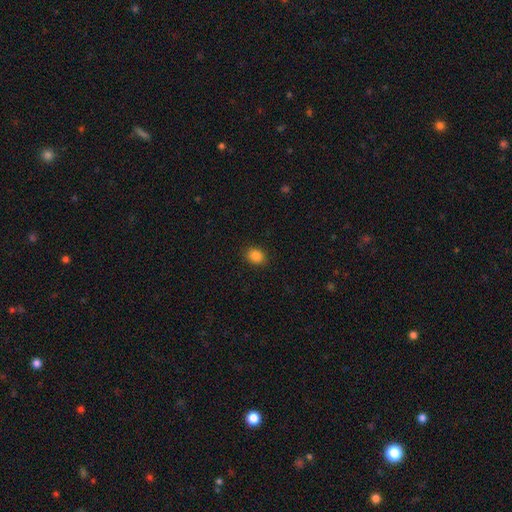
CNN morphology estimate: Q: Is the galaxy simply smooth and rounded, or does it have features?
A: smooth — 85%.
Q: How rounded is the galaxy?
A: in between — 51%.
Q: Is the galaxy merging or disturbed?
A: none — 89%.